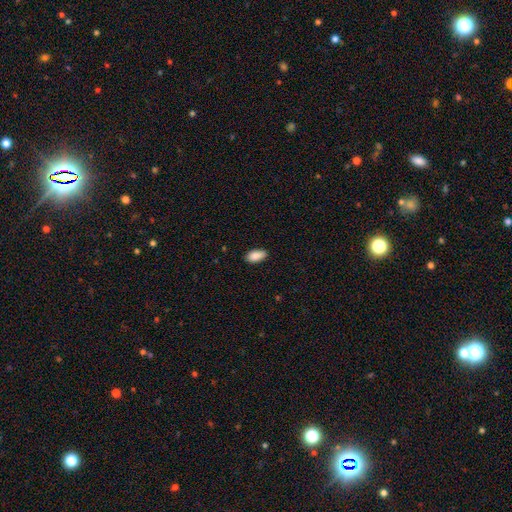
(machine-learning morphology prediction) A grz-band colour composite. It shows a smooth galaxy with no disk features (90%) that is in between round and cigar-shaped (93%). Merging: none (87%).